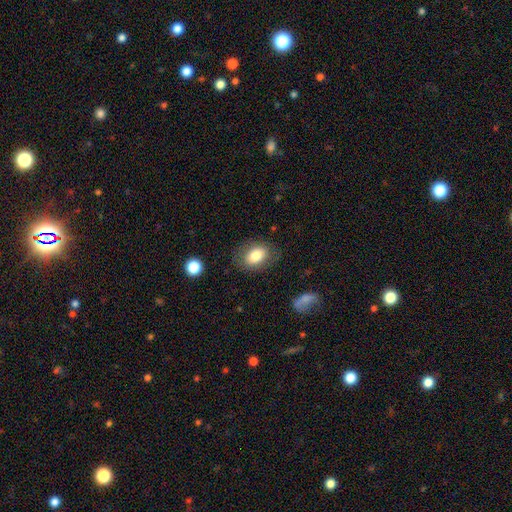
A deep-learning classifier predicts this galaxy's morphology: smooth_or_featured: smooth (p=0.80) [alt: featured or disk p=0.13]
how_rounded: in between (p=0.84) [alt: round p=0.15]
merging: none (p=0.79) [alt: minor disturbance p=0.14]